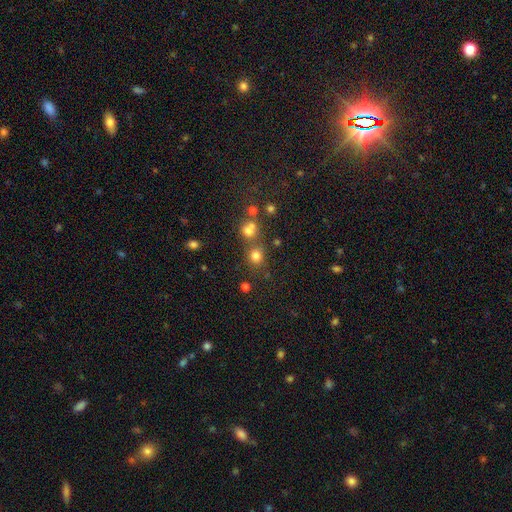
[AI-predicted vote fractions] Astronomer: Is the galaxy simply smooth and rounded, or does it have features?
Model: smooth — 75%.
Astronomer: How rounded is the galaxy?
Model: round — 82%.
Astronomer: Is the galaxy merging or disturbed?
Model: none — 66%.